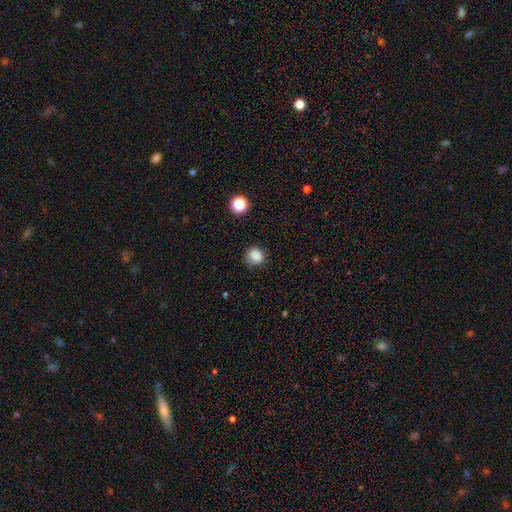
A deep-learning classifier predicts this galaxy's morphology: smooth_or_featured: smooth (p=0.85) [alt: star or artifact p=0.12]
how_rounded: round (p=0.88) [alt: in between p=0.11]
merging: none (p=0.79) [alt: minor disturbance p=0.15]